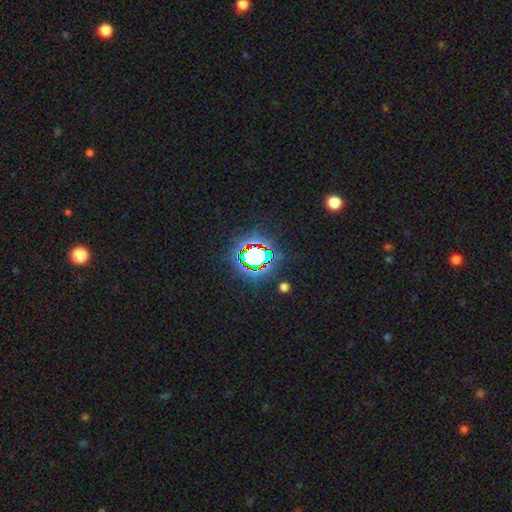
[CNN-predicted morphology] type=star or artifact (70%).